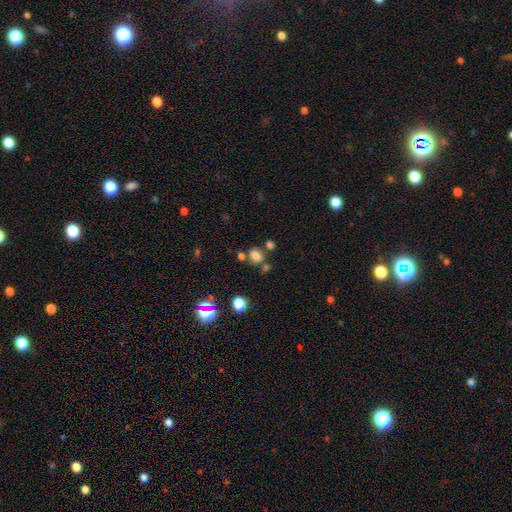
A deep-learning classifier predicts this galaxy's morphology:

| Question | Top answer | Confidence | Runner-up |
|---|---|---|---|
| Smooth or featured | smooth | 73% | star or artifact (19%) |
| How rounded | round | 53% | in between (46%) |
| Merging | none | 64% | merger (17%) |